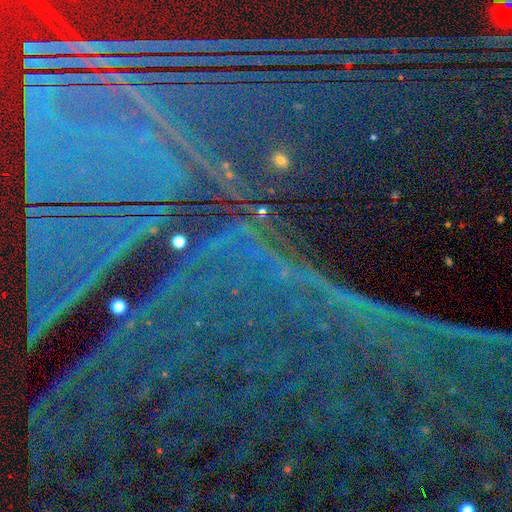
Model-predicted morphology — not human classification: Overall: star or artifact (88%).